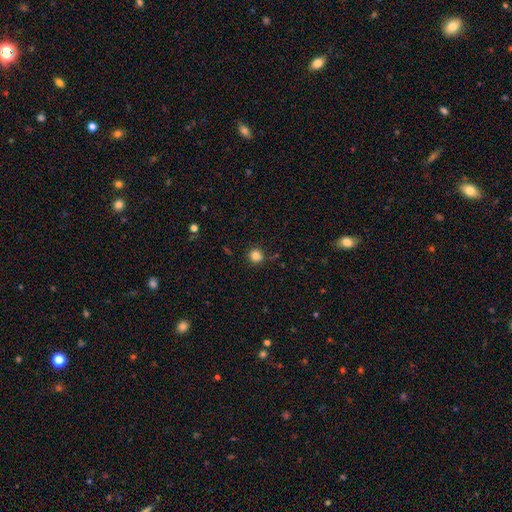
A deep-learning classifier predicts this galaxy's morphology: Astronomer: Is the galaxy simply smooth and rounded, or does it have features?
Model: smooth — 83%.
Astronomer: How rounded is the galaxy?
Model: round — 93%.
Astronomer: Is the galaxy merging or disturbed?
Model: none — 85%.